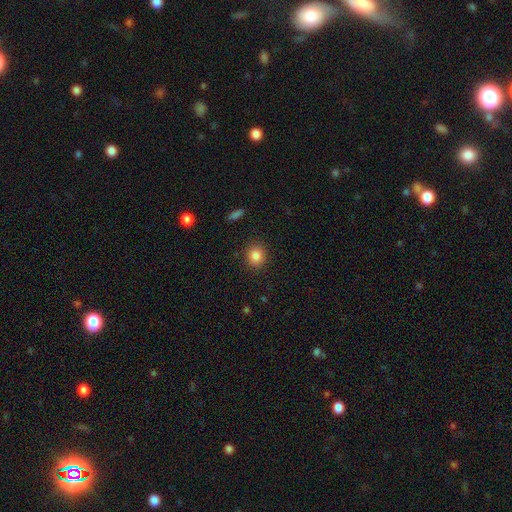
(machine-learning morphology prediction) type=smooth (85%); roundness=round (80%); merging=none (89%).